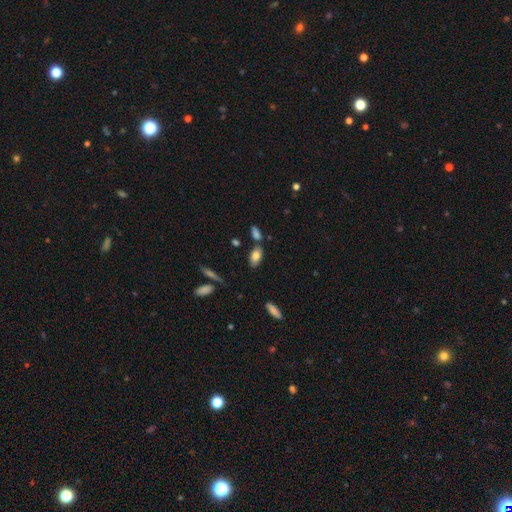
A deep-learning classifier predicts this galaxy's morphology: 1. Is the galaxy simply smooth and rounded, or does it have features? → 80% smooth, 12% featured or disk, 8% star or artifact.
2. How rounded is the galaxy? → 91% in between, 5% cigar-shaped, 4% round.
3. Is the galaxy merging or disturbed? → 73% none, 12% minor disturbance, 11% merger, 3% major disturbance.